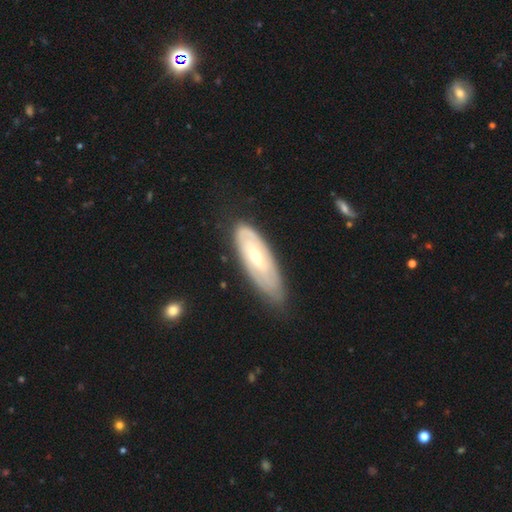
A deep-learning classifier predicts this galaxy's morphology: A featured or disk galaxy (63%) with no bar (52%), spiral arms (75%) and a small central bulge (47%). Merging: none (67%).